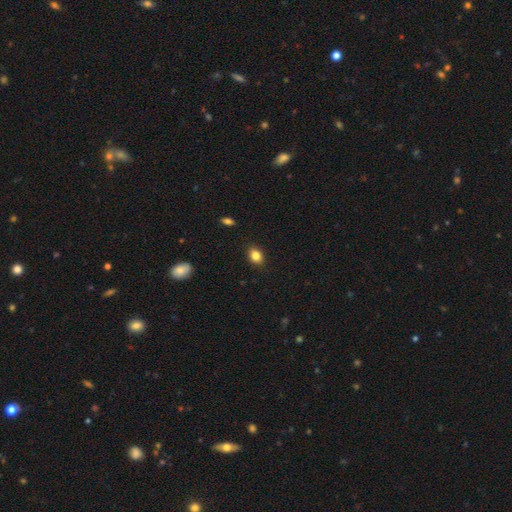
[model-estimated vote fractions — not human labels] A smooth galaxy with no disk features (84%) that is in between round and cigar-shaped (69%).

Vote fractions:
- Smooth or featured? smooth: 84% / star or artifact: 10% / featured or disk: 6%
- How rounded? in between: 69% / round: 30% / cigar-shaped: 1%
- Merging? none: 88% / minor disturbance: 9% / major disturbance: 2% / merger: 1%